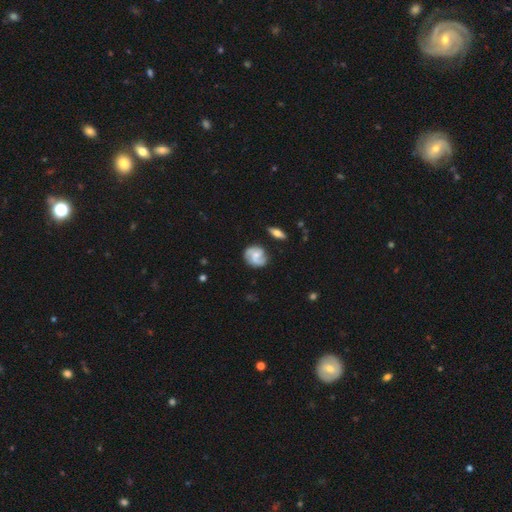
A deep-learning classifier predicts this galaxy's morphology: A featured or disk galaxy (65%) with no bar (54%), 2 (72%) medium (44%) spiral arms (90%) and a small central bulge (49%).

Vote fractions:
- Smooth or featured? featured or disk: 65% / smooth: 29% / star or artifact: 6%
- Edge-on disk? no: 96% / yes: 4%
- Bar? no: 54% / weak: 38% / strong: 8%
- Spiral arms? yes: 90% / no: 10%
- Spiral winding? medium: 44% / tight: 32% / loose: 23%
- Spiral arm count? 2: 72% / can't tell: 12% / 3: 9% / 1: 4% / 4: 2% / more than 4: 2%
- Bulge size? small: 49% / moderate: 39% / none: 8% / large: 2% / dominant: 1%
- Merging? none: 73% / minor disturbance: 19% / major disturbance: 5% / merger: 3%